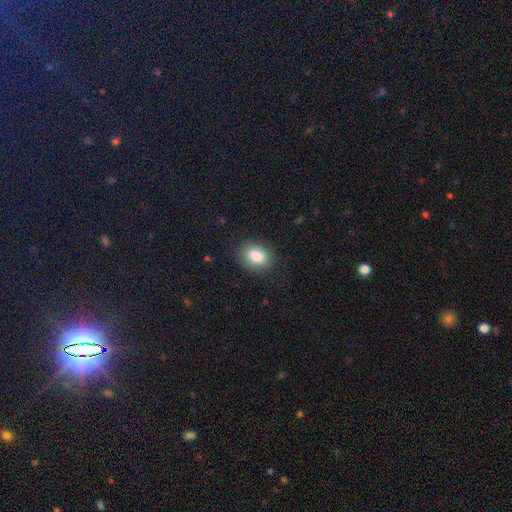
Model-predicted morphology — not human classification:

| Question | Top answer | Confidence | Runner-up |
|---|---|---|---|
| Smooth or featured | smooth | 85% | star or artifact (8%) |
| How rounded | in between | 72% | round (27%) |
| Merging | none | 85% | minor disturbance (11%) |